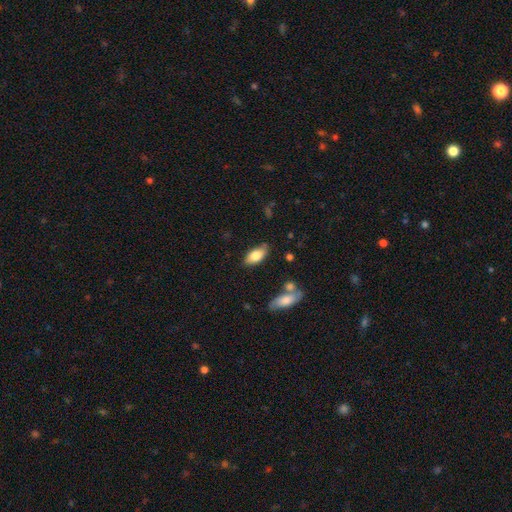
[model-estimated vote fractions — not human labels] This is likely a smooth galaxy (78%). How rounded: clearly in between (89%). Merging: likely none (77%).